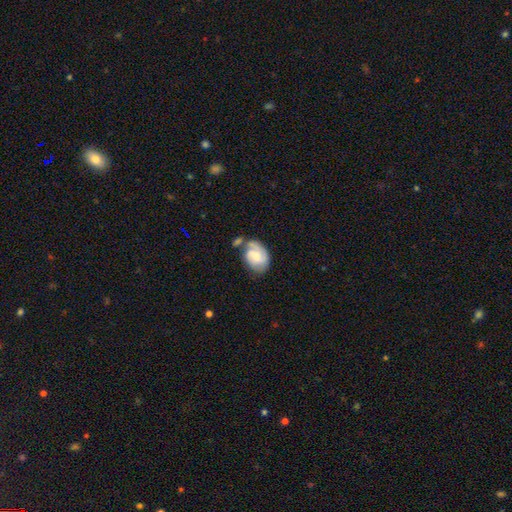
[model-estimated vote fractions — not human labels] This is possibly a smooth galaxy (50%). How rounded: likely in between (73%). Merging: marginally none (37%).